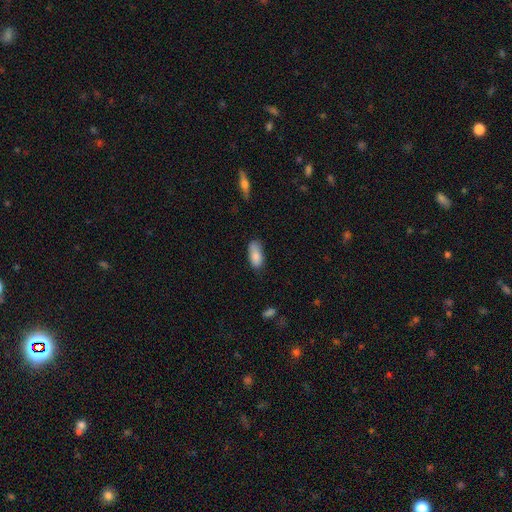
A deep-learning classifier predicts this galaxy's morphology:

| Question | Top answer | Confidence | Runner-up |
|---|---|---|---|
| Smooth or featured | smooth | 86% | star or artifact (7%) |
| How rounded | in between | 88% | cigar-shaped (10%) |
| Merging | none | 67% | minor disturbance (26%) |